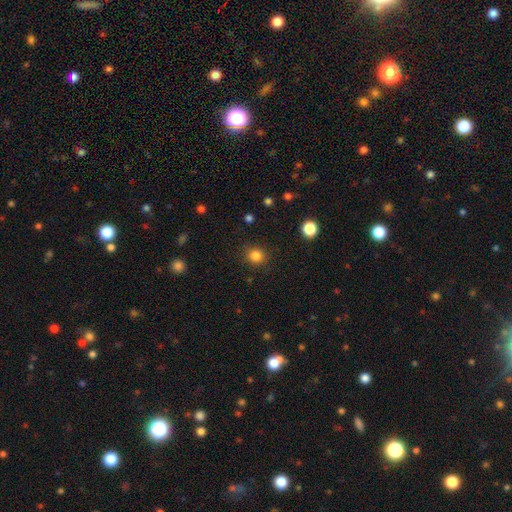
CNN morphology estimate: Q: Smooth or featured?
A: smooth (83%); runner-up: star or artifact (13%)
Q: How rounded?
A: round (87%); runner-up: in between (12%)
Q: Merging?
A: none (89%); runner-up: minor disturbance (7%)